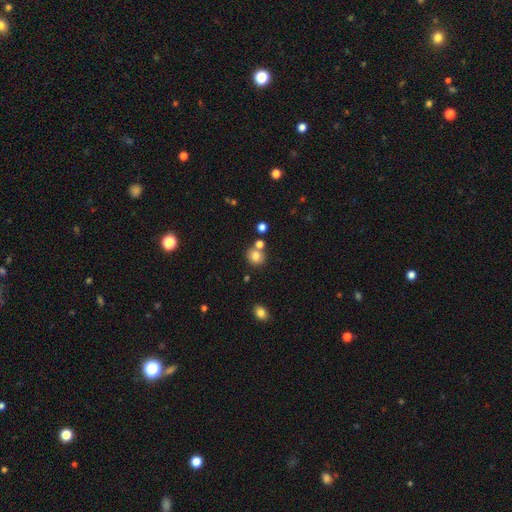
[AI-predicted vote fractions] A smooth galaxy with no disk features (78%) that is round (82%).

Vote fractions:
- Smooth or featured? smooth: 78% / star or artifact: 12% / featured or disk: 9%
- How rounded? round: 82% / in between: 17% / cigar-shaped: 1%
- Merging? none: 66% / merger: 21% / minor disturbance: 10% / major disturbance: 3%